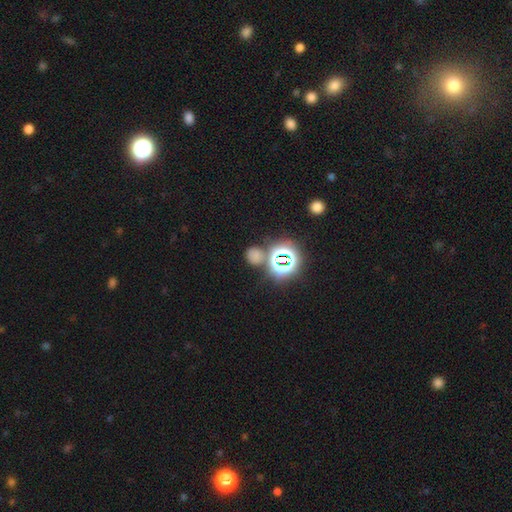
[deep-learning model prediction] Morphology: type=smooth (54%); roundness=round (80%); merging=none (72%).